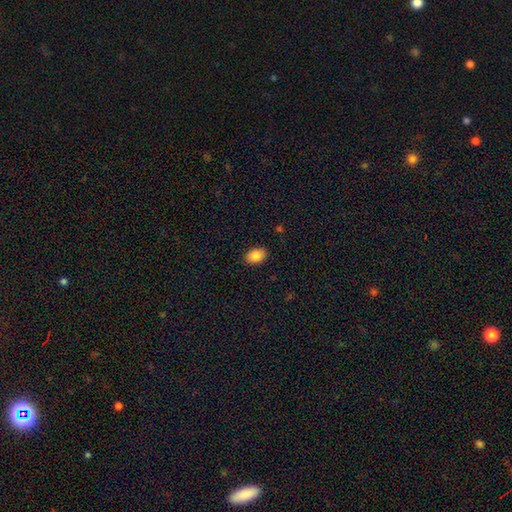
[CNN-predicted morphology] Smooth or featured?
  - smooth: 86% *
  - star or artifact: 8%
  - featured or disk: 6%
How rounded?
  - in between: 85% *
  - round: 14%
  - cigar-shaped: 1%
Merging?
  - none: 89% *
  - minor disturbance: 8%
  - major disturbance: 2%
  - merger: 1%